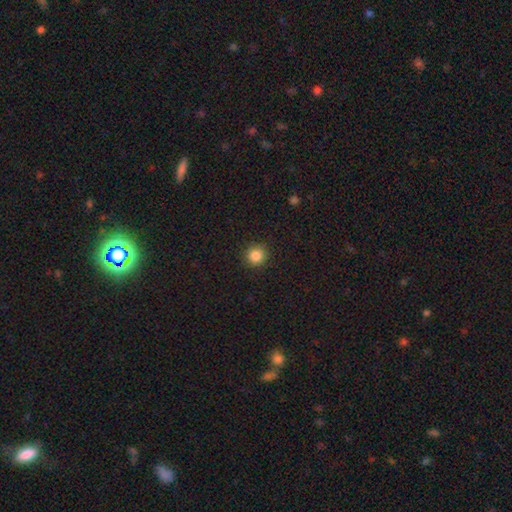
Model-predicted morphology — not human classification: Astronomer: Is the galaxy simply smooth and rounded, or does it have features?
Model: smooth — 84%.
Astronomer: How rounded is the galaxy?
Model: round — 94%.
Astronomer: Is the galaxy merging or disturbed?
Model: none — 91%.